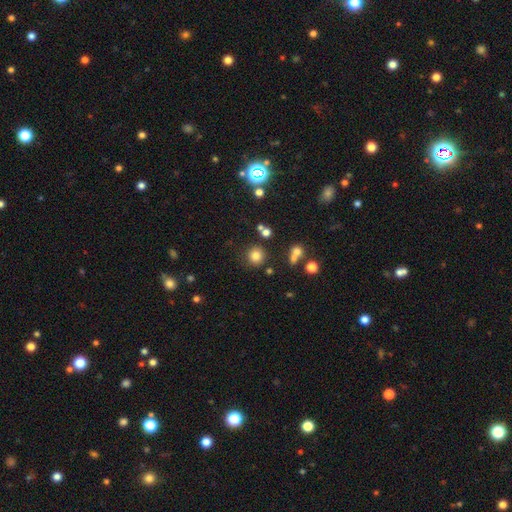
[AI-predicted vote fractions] smooth-or-featured: smooth: 79% | star or artifact: 14% | featured or disk: 6%
  how-rounded: round: 91% | in between: 8% | cigar-shaped: 1%
  merging: none: 82% | minor disturbance: 8% | merger: 6% | major disturbance: 4%